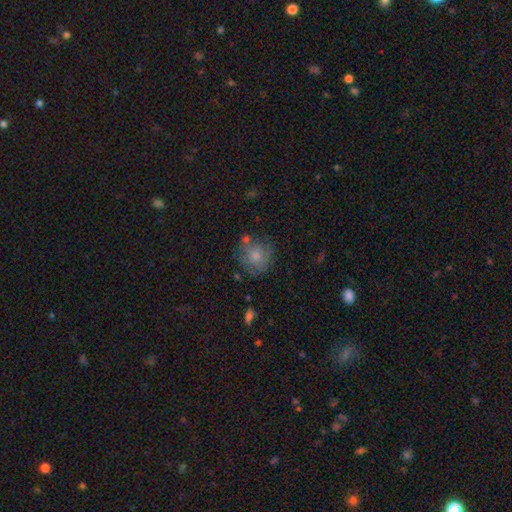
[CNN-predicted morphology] Smooth or featured? smooth (69%)
How rounded? round (84%)
Merging? none (62%)